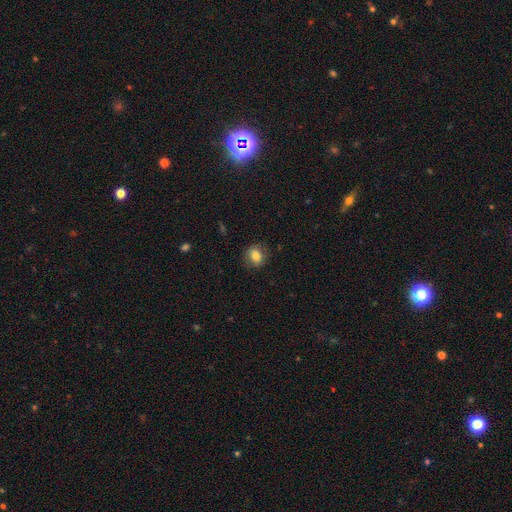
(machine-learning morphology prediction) Smooth or featured?
  - smooth: 78% *
  - featured or disk: 12%
  - star or artifact: 10%
How rounded?
  - round: 50% *
  - in between: 48%
  - cigar-shaped: 2%
Merging?
  - none: 81% *
  - minor disturbance: 14%
  - major disturbance: 4%
  - merger: 1%